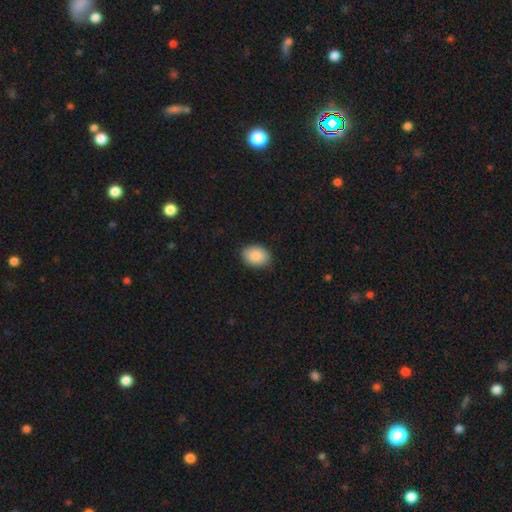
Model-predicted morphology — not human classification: Overall: smooth (87%). How rounded: in between (72%). Merging: none (85%).